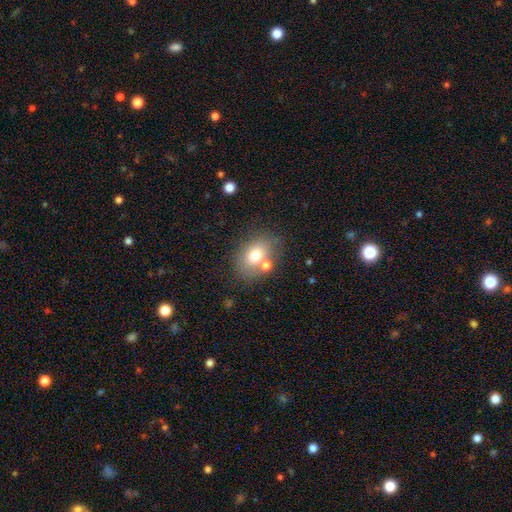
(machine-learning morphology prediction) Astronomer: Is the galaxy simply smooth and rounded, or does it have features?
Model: smooth — 71%.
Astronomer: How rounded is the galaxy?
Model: in between — 62%.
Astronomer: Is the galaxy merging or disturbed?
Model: none — 63%.